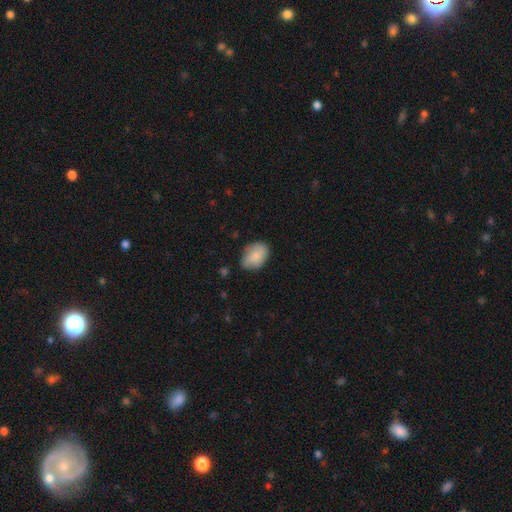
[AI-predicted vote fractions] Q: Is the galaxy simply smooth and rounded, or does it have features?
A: smooth — 80%.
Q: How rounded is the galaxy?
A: in between — 79%.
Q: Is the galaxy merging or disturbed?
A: none — 61%.